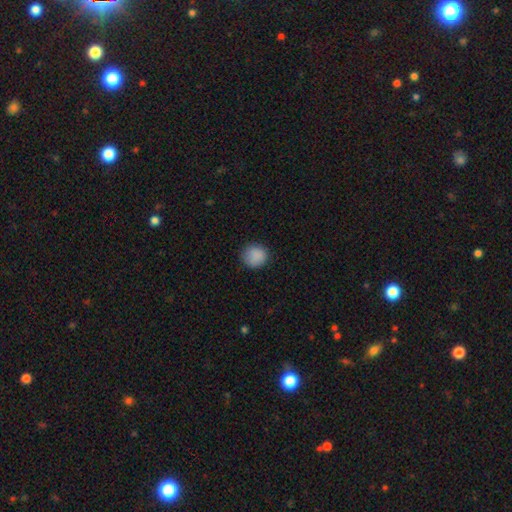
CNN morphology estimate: This appears to be a smooth galaxy with no disk features (88%) that is round (88%). Merging: none (84%).